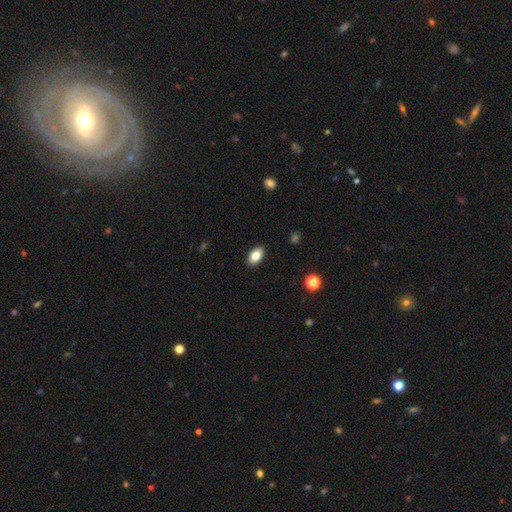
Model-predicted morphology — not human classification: smooth_or_featured: smooth (p=0.82) [alt: featured or disk p=0.10]
how_rounded: in between (p=0.91) [alt: round p=0.06]
merging: none (p=0.89) [alt: minor disturbance p=0.08]